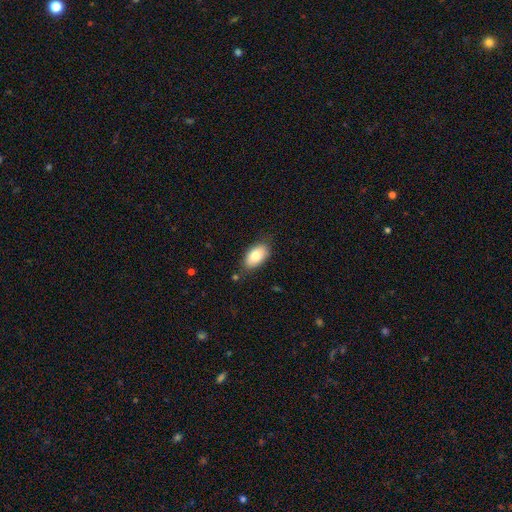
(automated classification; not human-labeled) A smooth galaxy with no disk features (80%) that is in between round and cigar-shaped (93%). Merging: none (80%).